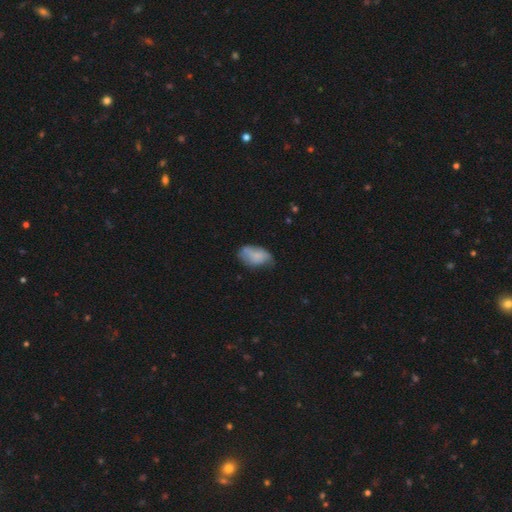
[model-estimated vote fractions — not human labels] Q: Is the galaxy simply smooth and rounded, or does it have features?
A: smooth — 70%.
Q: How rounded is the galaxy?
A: in between — 91%.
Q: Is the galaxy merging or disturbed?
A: none — 43%.